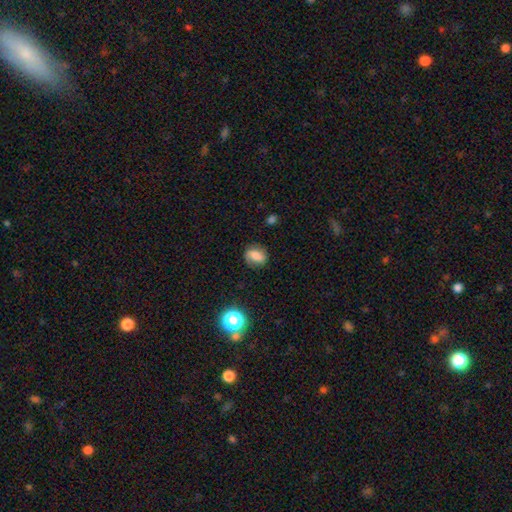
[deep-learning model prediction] Q: Smooth or featured?
A: smooth (61%); runner-up: featured or disk (27%)
Q: How rounded?
A: in between (57%); runner-up: round (40%)
Q: Merging?
A: none (77%); runner-up: minor disturbance (16%)